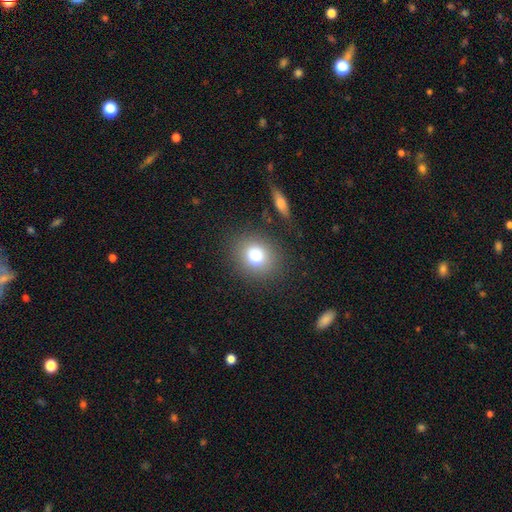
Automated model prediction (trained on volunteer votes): Overall: smooth (78%). How rounded: round (69%; in between 30%). Merging: none (83%).